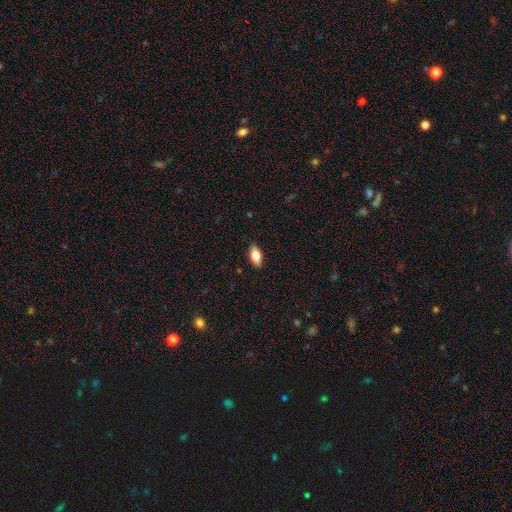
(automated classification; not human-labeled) Smooth or featured: smooth — 79% (featured or disk — 14%)
How rounded: in between — 90% (cigar-shaped — 7%)
Merging: none — 88% (minor disturbance — 9%)